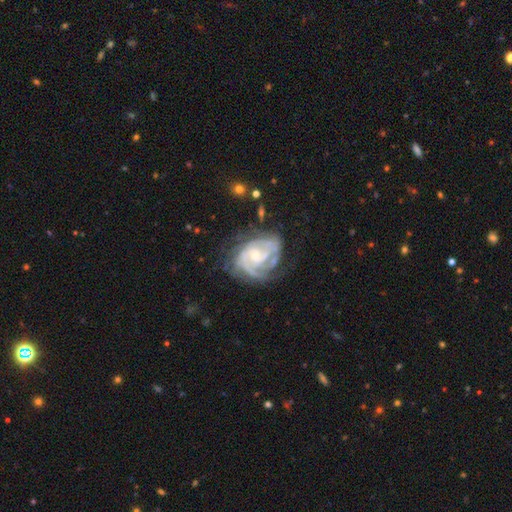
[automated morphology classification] This is clearly a featured or disk galaxy (87%). It is clearly not viewed edge-on (98%). Bar: possibly no (57%). Spiral arm pattern: clearly yes (95%). Spiral arm count: marginally can't tell (29%, tied with 2). Spiral winding: likely tight (63%). Central bulge: likely small (63%). Merging: possibly none (59%).